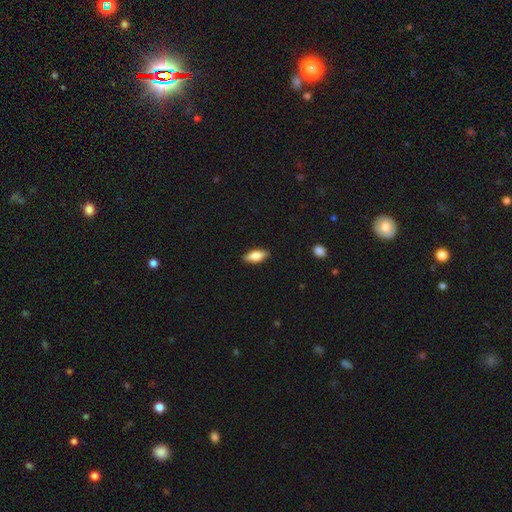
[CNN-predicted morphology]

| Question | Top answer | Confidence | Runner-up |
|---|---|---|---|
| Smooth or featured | smooth | 72% | featured or disk (22%) |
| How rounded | in between | 73% | cigar-shaped (24%) |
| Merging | none | 87% | minor disturbance (9%) |